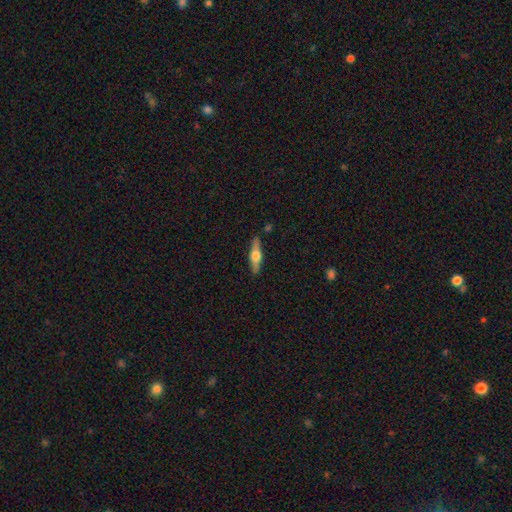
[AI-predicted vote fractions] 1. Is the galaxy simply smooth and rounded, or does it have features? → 62% featured or disk, 32% smooth, 5% star or artifact.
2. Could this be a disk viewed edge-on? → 96% yes, 4% no.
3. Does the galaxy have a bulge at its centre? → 94% rounded, 4% boxy, 2% none.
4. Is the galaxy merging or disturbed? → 87% none, 9% minor disturbance, 2% merger, 2% major disturbance.